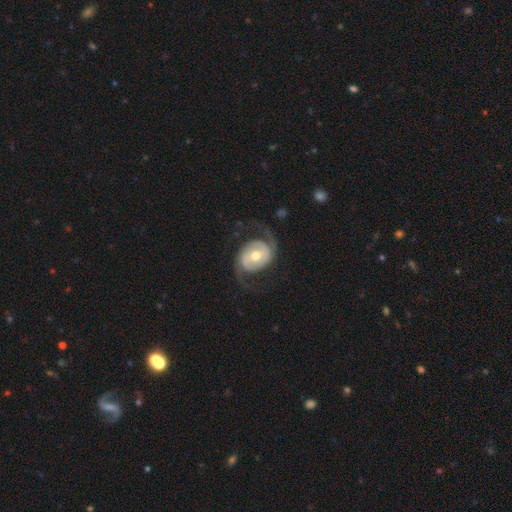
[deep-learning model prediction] Smooth or featured? featured or disk (83%)
Edge-on disk? no (97%)
Bar? no (47%)
Spiral arms? yes (92%)
Spiral winding? loose (44%)
Spiral arm count? 2 (91%)
Bulge size? moderate (70%)
Merging? none (71%)